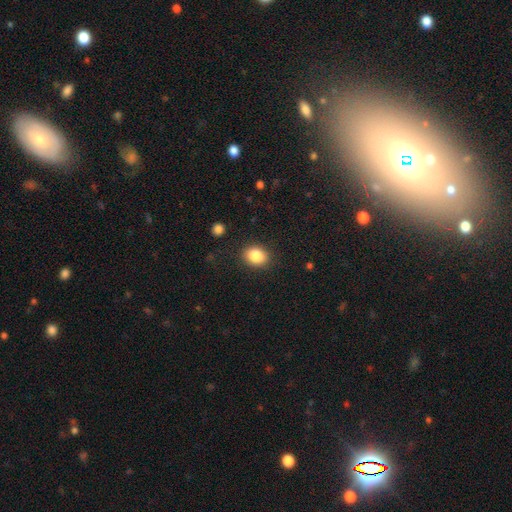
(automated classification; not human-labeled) A smooth galaxy with no disk features (86%) that is in between round and cigar-shaped (52%). Merging: none (87%).